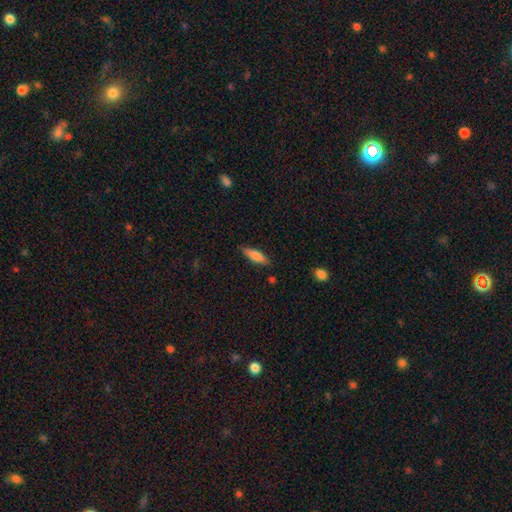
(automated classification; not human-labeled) A smooth galaxy with no disk features (75%) that is cigar-shaped (58%).

Vote fractions:
- Smooth or featured? smooth: 75% / featured or disk: 19% / star or artifact: 6%
- How rounded? cigar-shaped: 58% / in between: 40% / round: 2%
- Merging? none: 84% / minor disturbance: 12% / major disturbance: 3% / merger: 2%